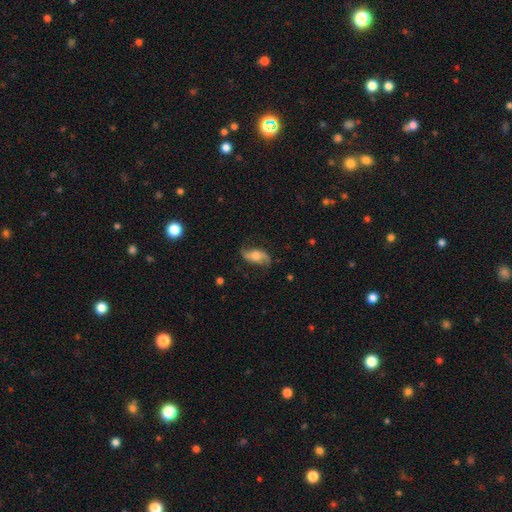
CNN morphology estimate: type=featured or disk (69%); edge-on=no (91%); bar=no (55%); spiral arms=yes (91%); winding=loose (73%); arm count=2 (90%); bulge=moderate (52%); merging=none (73%).